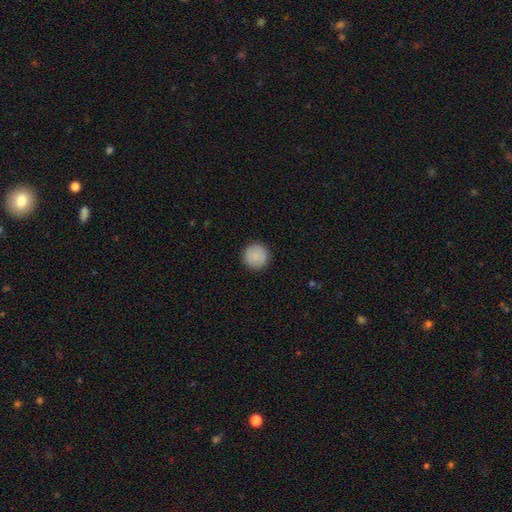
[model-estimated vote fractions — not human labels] This appears to be a smooth galaxy with no disk features (89%) that is round (96%). Merging: none (92%).